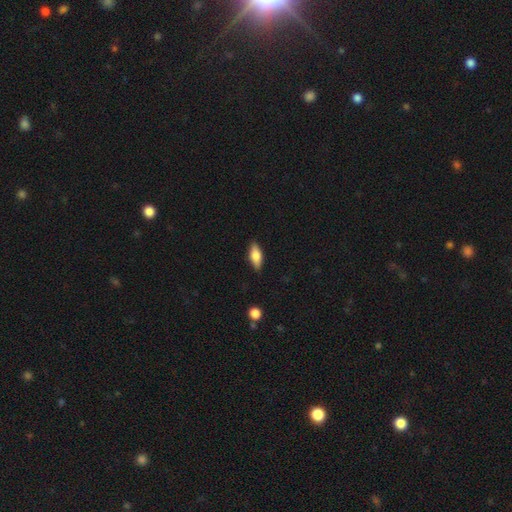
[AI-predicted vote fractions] Smooth or featured: smooth — 68% (featured or disk — 25%)
How rounded: in between — 76% (cigar-shaped — 20%)
Merging: none — 86% (minor disturbance — 11%)